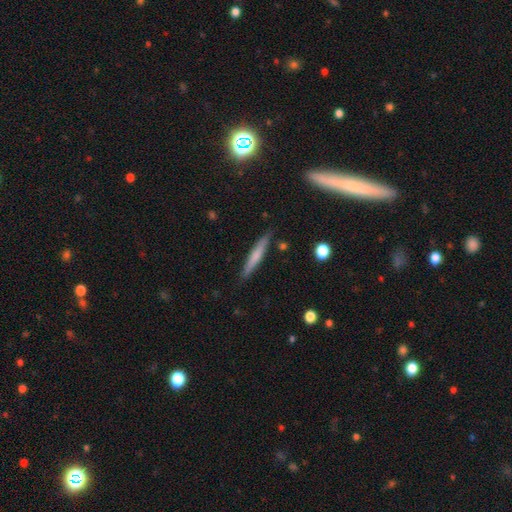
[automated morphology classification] smooth 58%, featured or disk 36%, star or artifact 6%. Down the decision tree: how rounded — cigar-shaped (94%); merging — none (87%).